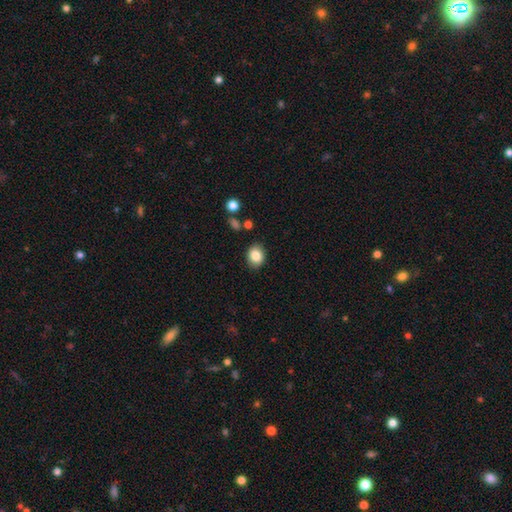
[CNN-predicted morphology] This is clearly a smooth galaxy (84%). How rounded: possibly round (51%). Merging: clearly none (86%).